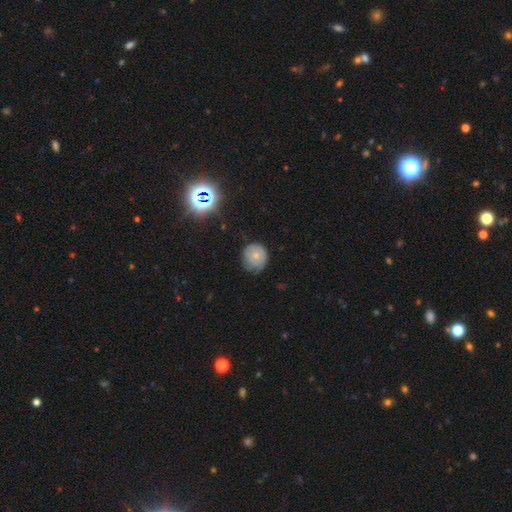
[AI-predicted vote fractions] This is likely a smooth galaxy (64%). How rounded: clearly round (86%). Merging: likely none (60%).